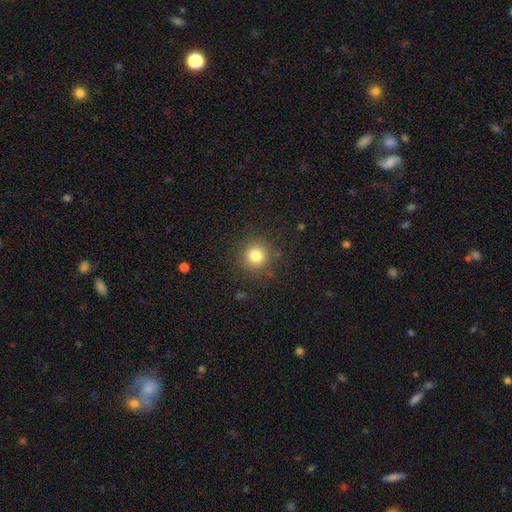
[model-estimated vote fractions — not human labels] Smooth or featured? Predicted: smooth (p=0.80). How rounded? Predicted: round (p=0.93). Merging? Predicted: none (p=0.87).